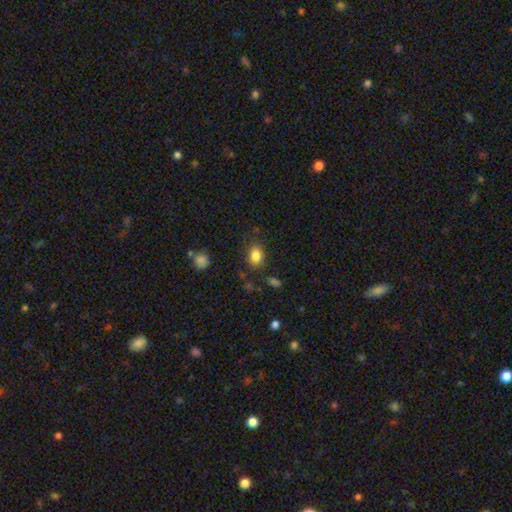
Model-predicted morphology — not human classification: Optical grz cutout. It shows a smooth galaxy with no disk features (84%) that is in between round and cigar-shaped (72%). Merging: none (78%).